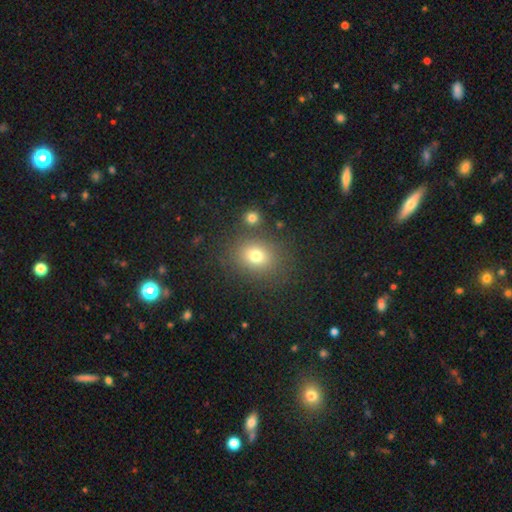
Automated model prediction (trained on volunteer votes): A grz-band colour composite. It shows a smooth galaxy with no disk features (75%) that is round (58%). Merging: none (79%).